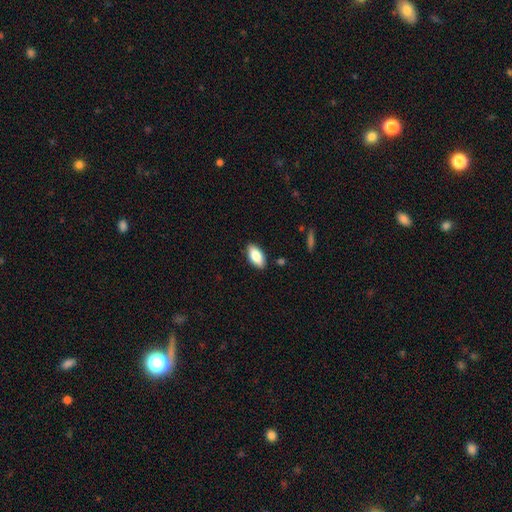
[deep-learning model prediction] This appears to be a smooth galaxy with no disk features (84%) that is in between round and cigar-shaped (90%). Merging: none (87%).